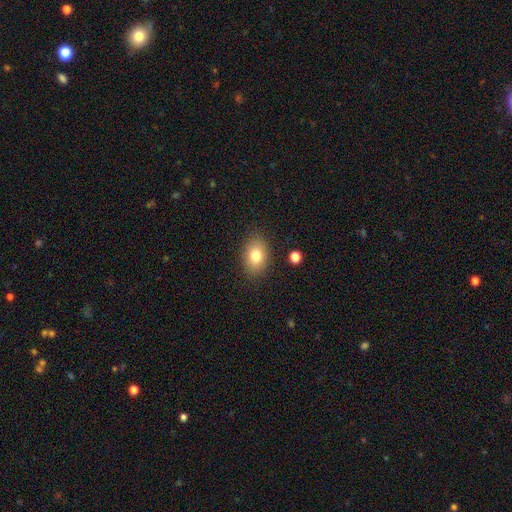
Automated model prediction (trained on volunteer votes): A smooth galaxy with no disk features (79%) that is in between round and cigar-shaped (78%).

Vote fractions:
- Smooth or featured? smooth: 79% / featured or disk: 11% / star or artifact: 10%
- How rounded? in between: 78% / round: 20% / cigar-shaped: 1%
- Merging? none: 86% / minor disturbance: 10% / major disturbance: 3% / merger: 2%